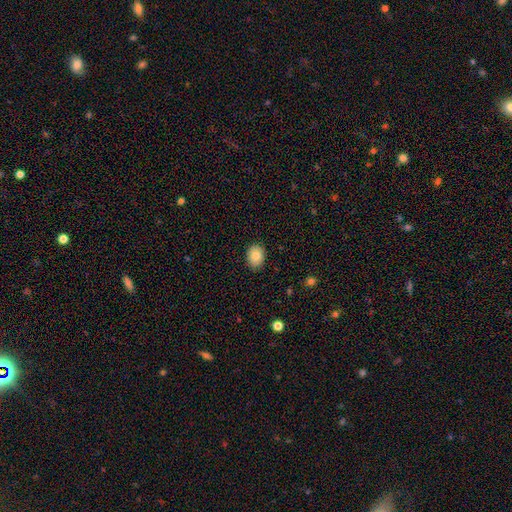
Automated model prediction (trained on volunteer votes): Smooth or featured? Predicted: smooth (p=0.83). How rounded? Predicted: in between (p=0.63). Merging? Predicted: none (p=0.86).